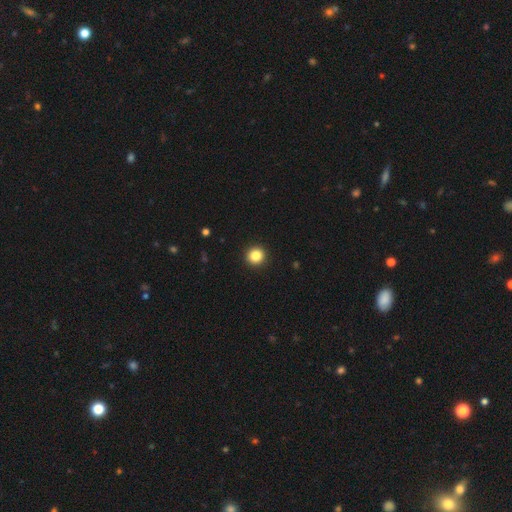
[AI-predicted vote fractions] smooth_or_featured: smooth (p=0.85) [alt: star or artifact p=0.11]
how_rounded: round (p=0.94) [alt: in between p=0.05]
merging: none (p=0.94) [alt: minor disturbance p=0.04]